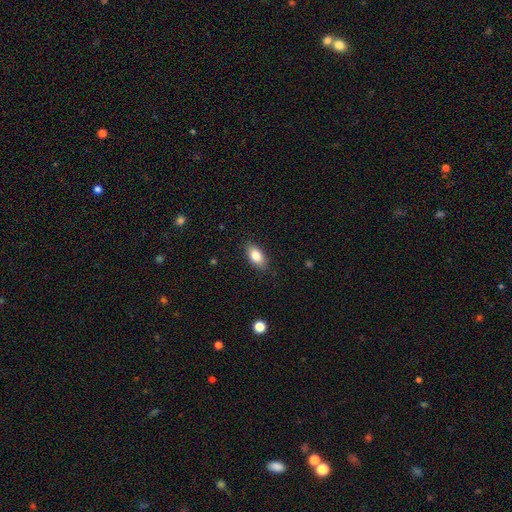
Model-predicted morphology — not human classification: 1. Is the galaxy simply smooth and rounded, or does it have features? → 83% smooth, 9% featured or disk, 7% star or artifact.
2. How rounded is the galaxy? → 90% in between, 5% cigar-shaped, 5% round.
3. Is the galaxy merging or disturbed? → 86% none, 11% minor disturbance, 3% major disturbance, 1% merger.